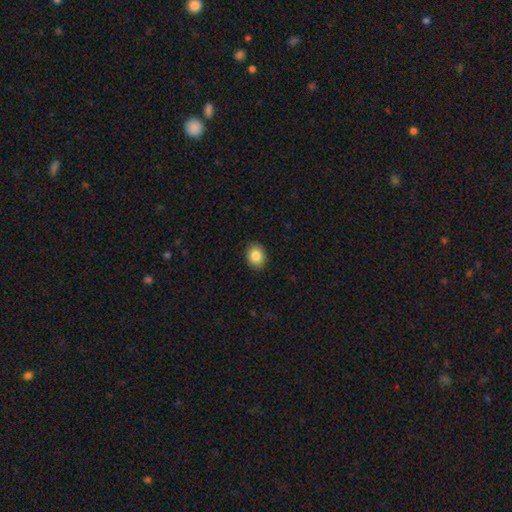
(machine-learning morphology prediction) type=smooth (85%); roundness=in between (56%); merging=none (89%).